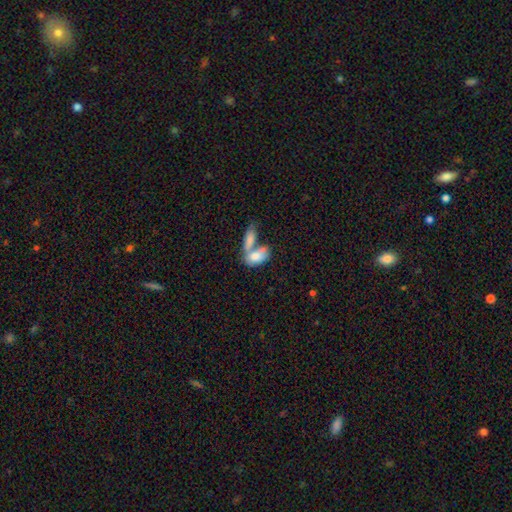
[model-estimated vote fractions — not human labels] A smooth galaxy with no disk features (74%) that is in between round and cigar-shaped (91%).

Vote fractions:
- Smooth or featured? smooth: 74% / featured or disk: 20% / star or artifact: 6%
- How rounded? in between: 91% / round: 5% / cigar-shaped: 4%
- Merging? merger: 68% / none: 18% / minor disturbance: 8% / major disturbance: 6%